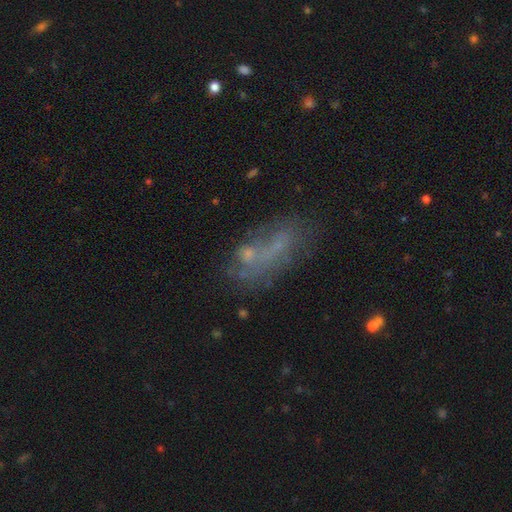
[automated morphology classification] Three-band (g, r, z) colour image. It shows a featured or disk galaxy (41%, tied with smooth). Merging: none (39%).